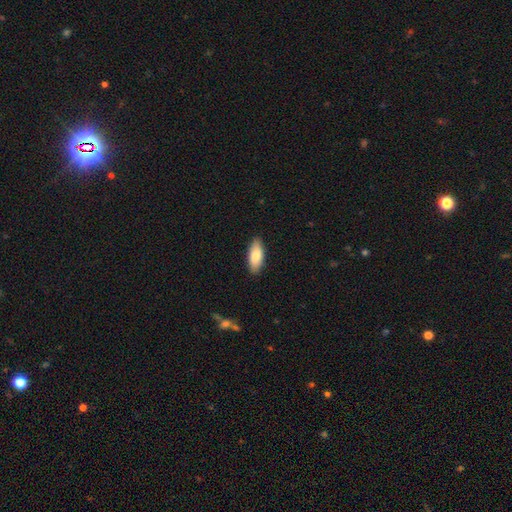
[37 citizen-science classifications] Morphology: type=smooth (84%); roundness=in between (74%); merging=none (86%).